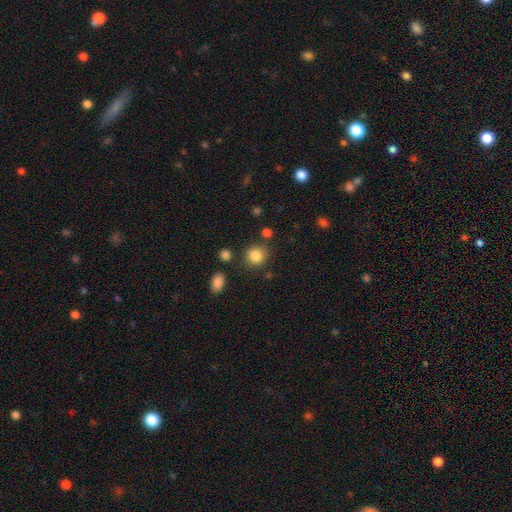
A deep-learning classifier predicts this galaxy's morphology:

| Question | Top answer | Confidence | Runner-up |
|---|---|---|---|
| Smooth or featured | smooth | 85% | star or artifact (10%) |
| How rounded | round | 84% | in between (15%) |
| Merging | none | 81% | minor disturbance (10%) |